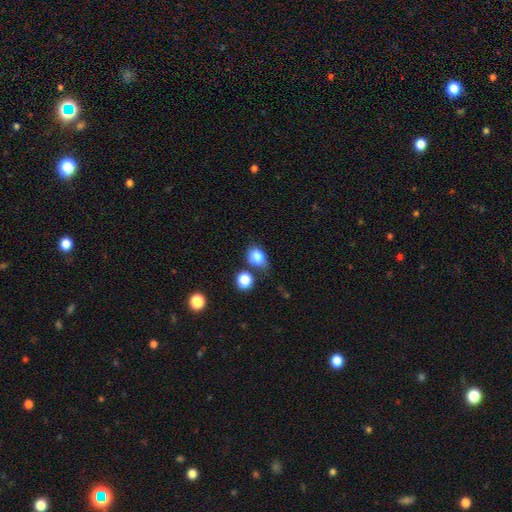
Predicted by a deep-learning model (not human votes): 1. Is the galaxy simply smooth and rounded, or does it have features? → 83% smooth, 10% star or artifact, 7% featured or disk.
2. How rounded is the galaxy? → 51% in between, 48% round, 1% cigar-shaped.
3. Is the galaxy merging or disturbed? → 51% none, 25% minor disturbance, 15% merger, 9% major disturbance.